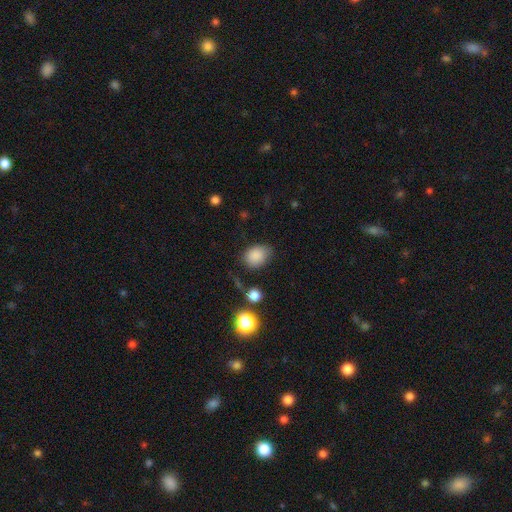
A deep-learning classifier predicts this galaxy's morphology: type=smooth (85%); roundness=in between (63%); merging=none (71%).